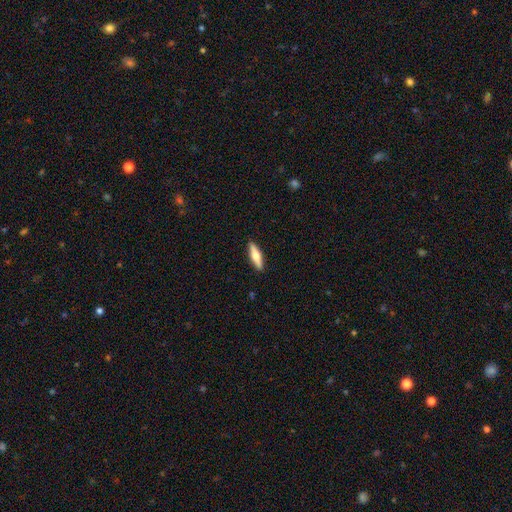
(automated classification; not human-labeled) The model was most divided on "smooth or featured": smooth: 53%, featured or disk: 42%, star or artifact: 6%. More confident: merging — none (91%); how rounded — cigar-shaped (69%).